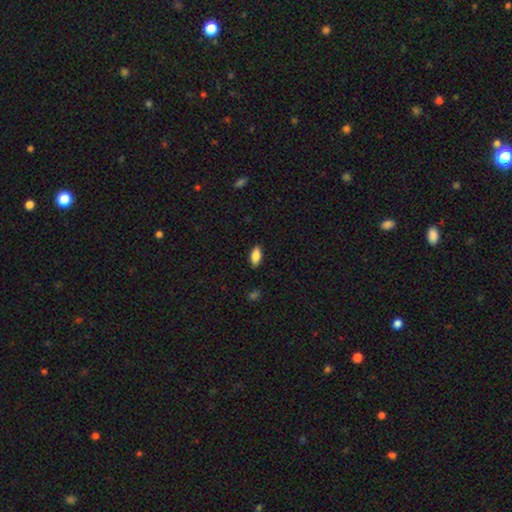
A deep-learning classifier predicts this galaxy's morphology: smooth 86%, featured or disk 7%, star or artifact 7%. Down the decision tree: how rounded — in between (89%); merging — none (87%).